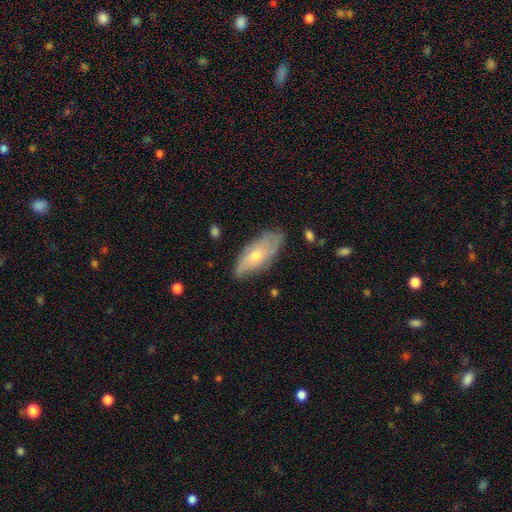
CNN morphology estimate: A featured or disk galaxy (50%).

Vote fractions:
- Smooth or featured? featured or disk: 50% / smooth: 43% / star or artifact: 7%
- Edge-on disk? no: 80% / yes: 20%
- Merging? none: 73% / minor disturbance: 22% / major disturbance: 4% / merger: 2%